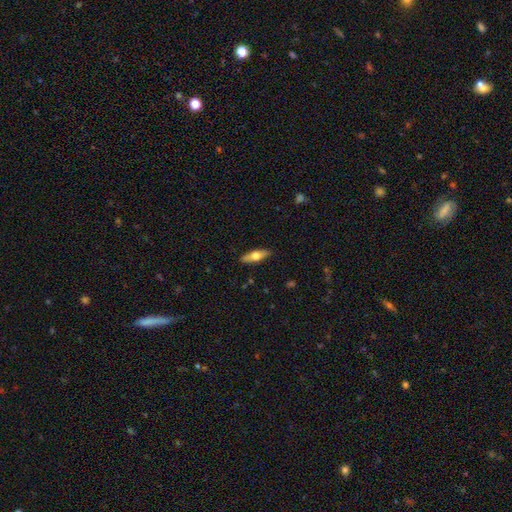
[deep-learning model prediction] Q: Smooth or featured?
A: smooth (51%); runner-up: featured or disk (44%)
Q: How rounded?
A: cigar-shaped (53%); runner-up: in between (44%)
Q: Merging?
A: none (89%); runner-up: minor disturbance (8%)